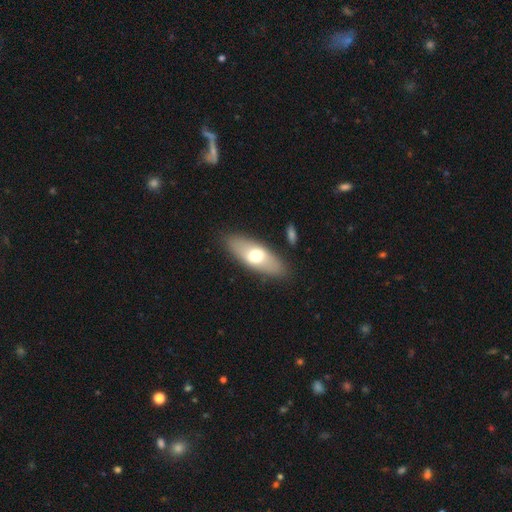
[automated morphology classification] smooth_or_featured: smooth (p=0.61) [alt: featured or disk p=0.33]
how_rounded: in between (p=0.71) [alt: cigar-shaped p=0.26]
merging: none (p=0.85) [alt: minor disturbance p=0.10]